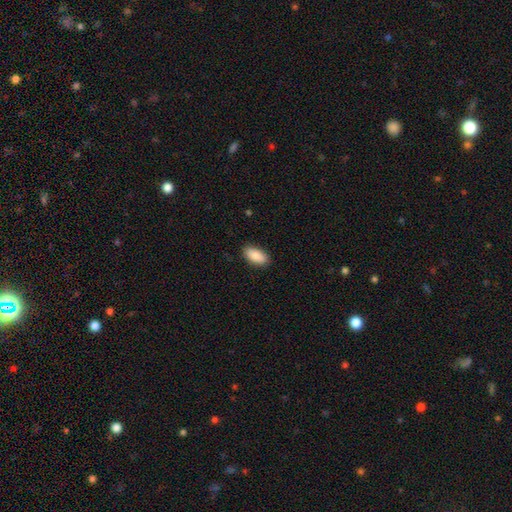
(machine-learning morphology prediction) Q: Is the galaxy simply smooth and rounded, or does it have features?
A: smooth — 89%.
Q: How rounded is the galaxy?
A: in between — 92%.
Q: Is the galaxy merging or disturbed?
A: none — 88%.